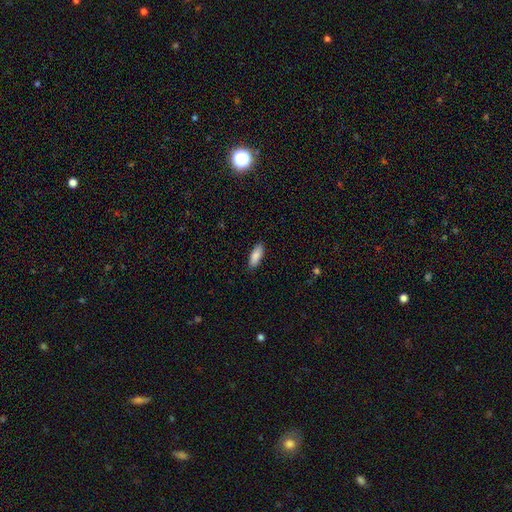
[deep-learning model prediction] A smooth galaxy with no disk features (87%) that is in between round and cigar-shaped (70%). Merging: none (89%).